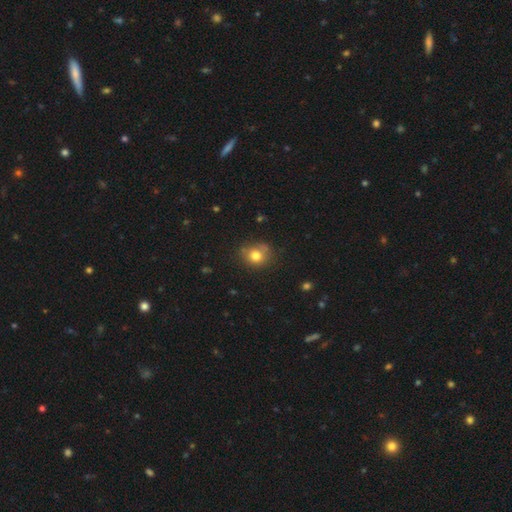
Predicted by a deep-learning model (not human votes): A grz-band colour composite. It shows a smooth galaxy with no disk features (79%) that is round (70%). Merging: none (67%).